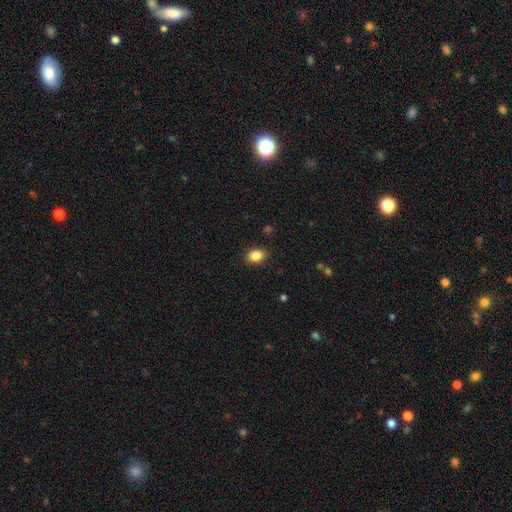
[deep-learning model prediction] Smooth or featured? smooth (86%)
How rounded? in between (74%)
Merging? none (88%)